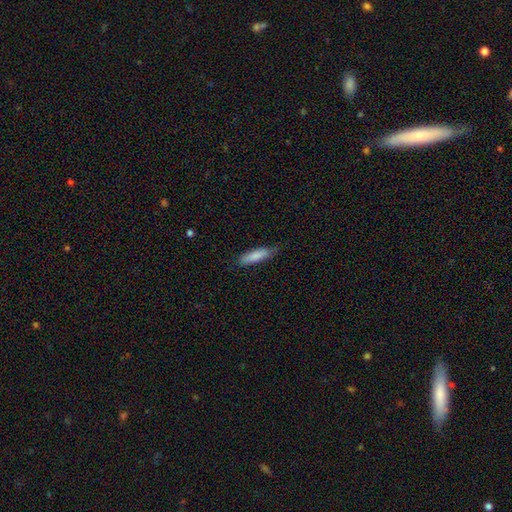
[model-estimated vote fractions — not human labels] Overall: smooth (84%). How rounded: cigar-shaped (65%; in between 34%). Merging: none (73%).